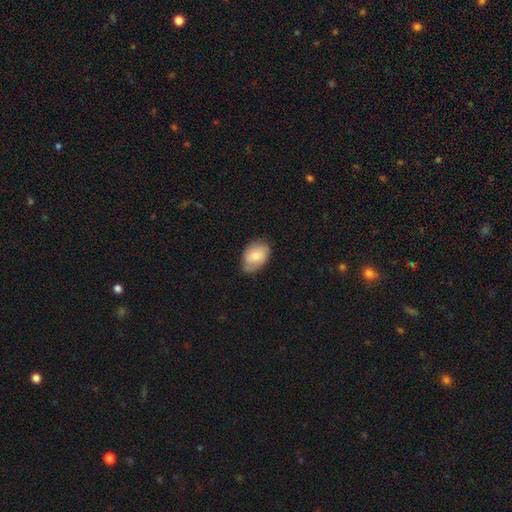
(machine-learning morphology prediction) A smooth galaxy with no disk features (73%) that is in between round and cigar-shaped (86%). Merging: none (69%).